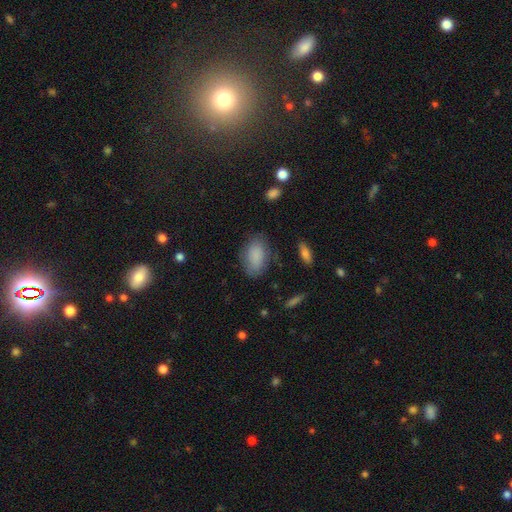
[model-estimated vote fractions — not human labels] The model was most divided on "merging": none: 76%, minor disturbance: 17%, major disturbance: 6%, merger: 2%. More confident: how rounded — in between (91%); smooth or featured — smooth (84%).